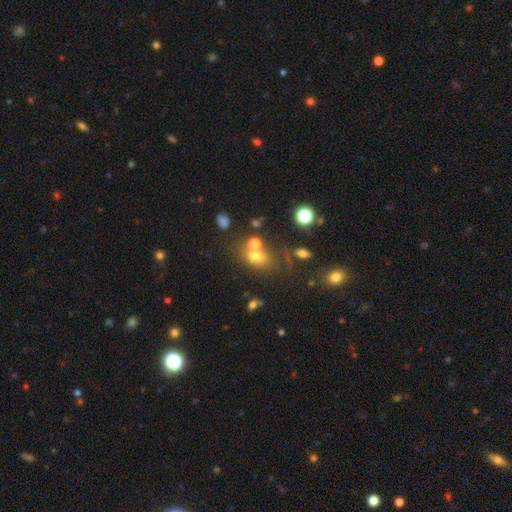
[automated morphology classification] A smooth galaxy with no disk features (63%) that is in between round and cigar-shaped (56%). Merging: none (49%).